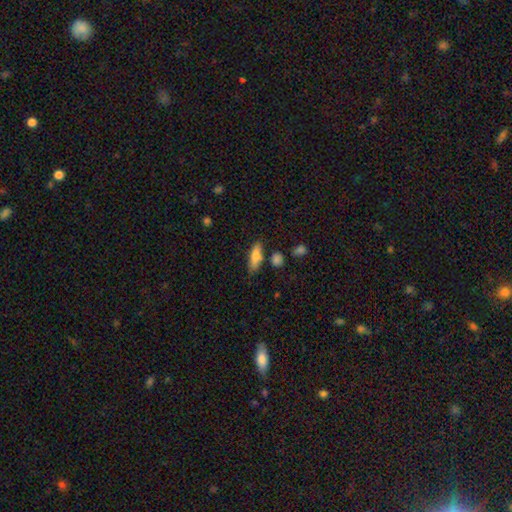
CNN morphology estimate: Smooth or featured: smooth — 77% (featured or disk — 17%)
How rounded: in between — 56% (cigar-shaped — 41%)
Merging: none — 71% (minor disturbance — 17%)